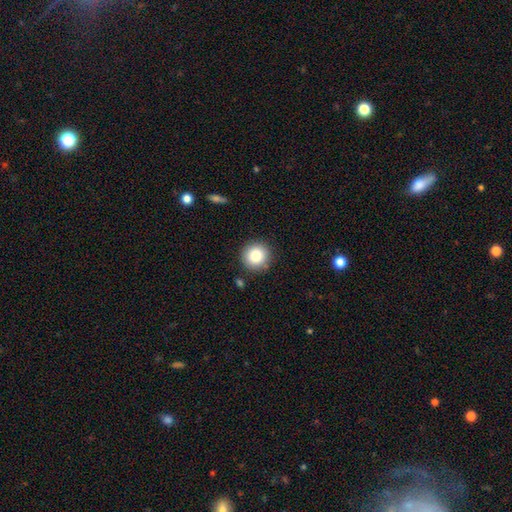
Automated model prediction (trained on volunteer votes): Q: Smooth or featured?
A: smooth (83%); runner-up: star or artifact (9%)
Q: How rounded?
A: round (94%); runner-up: in between (5%)
Q: Merging?
A: none (88%); runner-up: minor disturbance (8%)